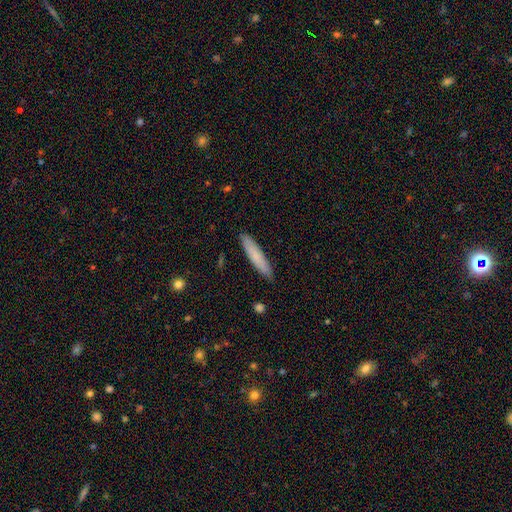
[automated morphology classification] A smooth galaxy with no disk features (77%) that is cigar-shaped (90%).

Vote fractions:
- Smooth or featured? smooth: 77% / featured or disk: 17% / star or artifact: 6%
- How rounded? cigar-shaped: 90% / in between: 9% / round: 1%
- Merging? none: 89% / minor disturbance: 8% / major disturbance: 1% / merger: 1%